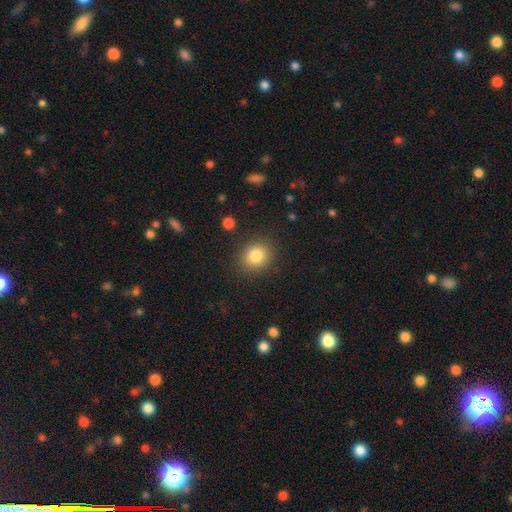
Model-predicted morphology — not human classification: A smooth galaxy with no disk features (83%) that is round (71%).

Vote fractions:
- Smooth or featured? smooth: 83% / star or artifact: 10% / featured or disk: 7%
- How rounded? round: 71% / in between: 29% / cigar-shaped: 1%
- Merging? none: 87% / minor disturbance: 8% / major disturbance: 3% / merger: 2%